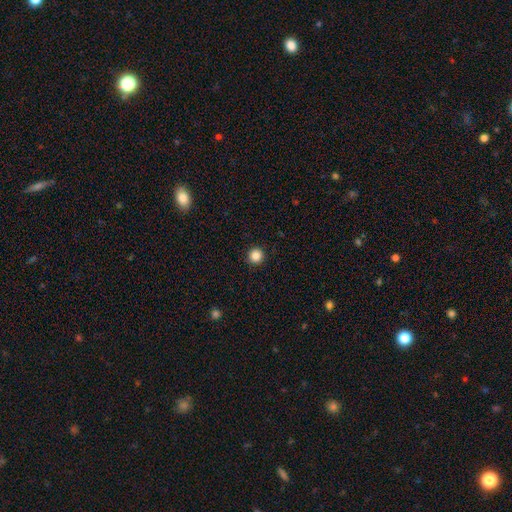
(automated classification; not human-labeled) Smooth or featured? Predicted: smooth (p=0.86). How rounded? Predicted: round (p=0.96). Merging? Predicted: none (p=0.93).